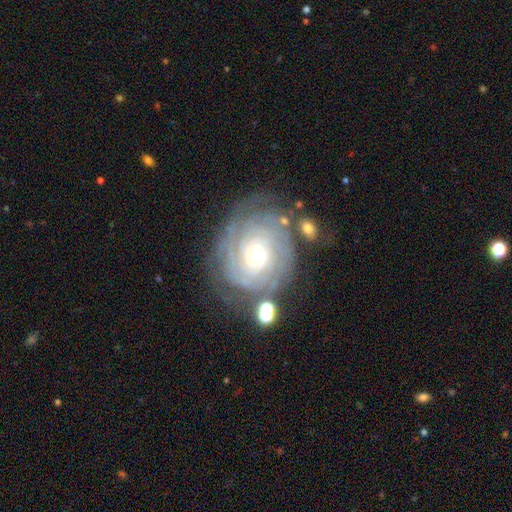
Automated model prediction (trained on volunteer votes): Smooth or featured? Predicted: featured or disk (p=0.83). Edge-on disk? Predicted: no (p=0.97). Bar? Predicted: no (p=0.79). Spiral arms? Predicted: yes (p=0.93). Spiral winding? Predicted: tight (p=0.82). Spiral arm count? Predicted: can't tell (p=0.42). Bulge size? Predicted: small (p=0.55). Merging? Predicted: none (p=0.71).